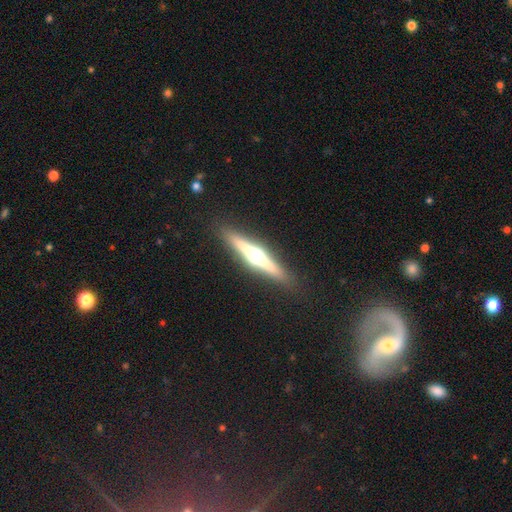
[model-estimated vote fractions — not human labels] This is likely a featured or disk galaxy (75%). It is clearly viewed edge-on (97%). Edge-on bulge: clearly rounded (95%). Merging: clearly none (90%).